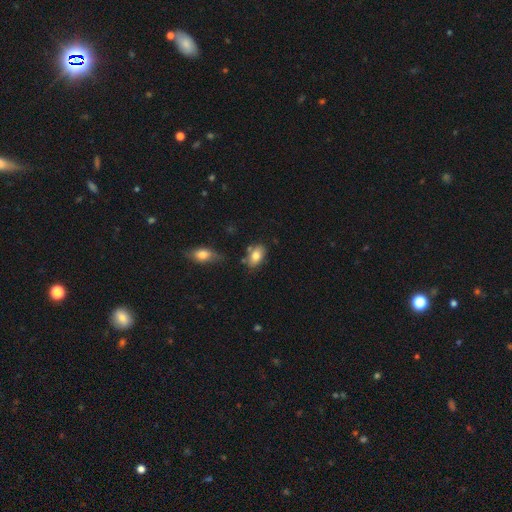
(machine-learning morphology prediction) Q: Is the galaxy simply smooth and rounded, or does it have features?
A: smooth — 80%.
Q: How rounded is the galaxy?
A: in between — 89%.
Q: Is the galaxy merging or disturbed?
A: none — 71%.